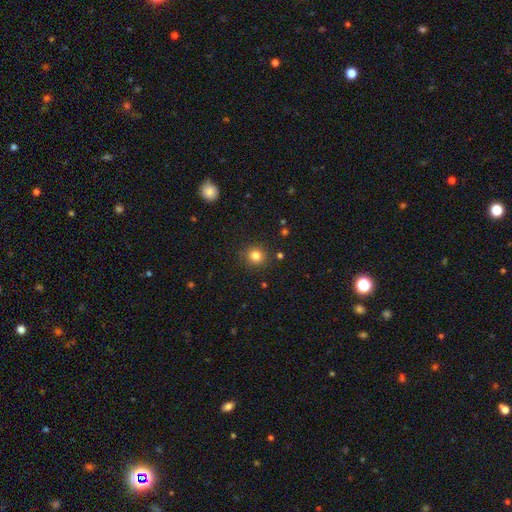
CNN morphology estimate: Overall: smooth (82%). How rounded: round (92%). Merging: none (89%).